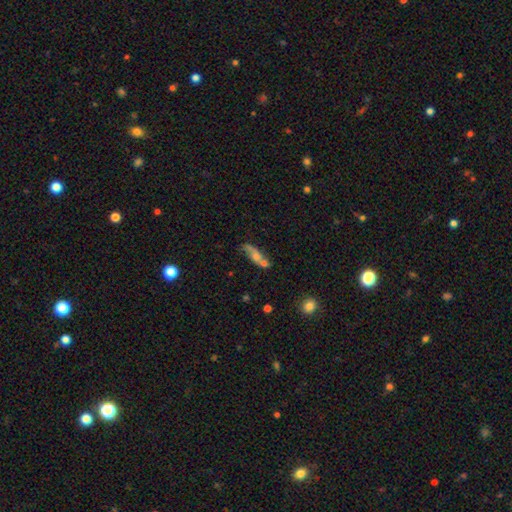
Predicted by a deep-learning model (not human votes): This appears to be a smooth galaxy with no disk features (45%). Merging: none (38%).